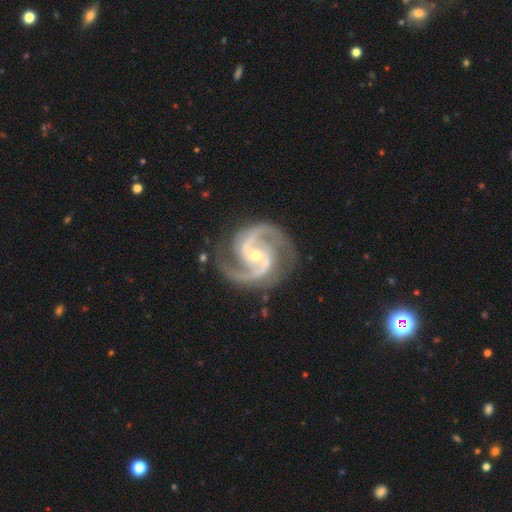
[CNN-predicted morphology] smooth-or-featured: featured or disk: 94% | star or artifact: 4% | smooth: 2%
  disk-edge-on: no: 98% | yes: 2%
    bar: no: 49% | weak: 32% | strong: 19%
    has-spiral-arms: yes: 99% | no: 1%
      spiral-winding: medium: 67% | tight: 25% | loose: 8%
      spiral-arm-count: 2: 88% | 3: 6% | can't tell: 2% | 4: 1% | 1: 1% | more than 4: 1%
    bulge-size: small: 64% | moderate: 33% | large: 1% | none: 1% | dominant: 1%
  merging: none: 82% | minor disturbance: 13% | major disturbance: 4% | merger: 1%